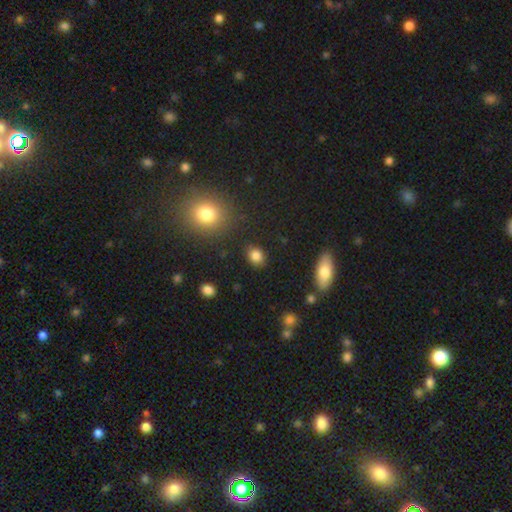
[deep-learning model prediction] Smooth or featured? smooth (84%)
How rounded? in between (50%)
Merging? none (86%)